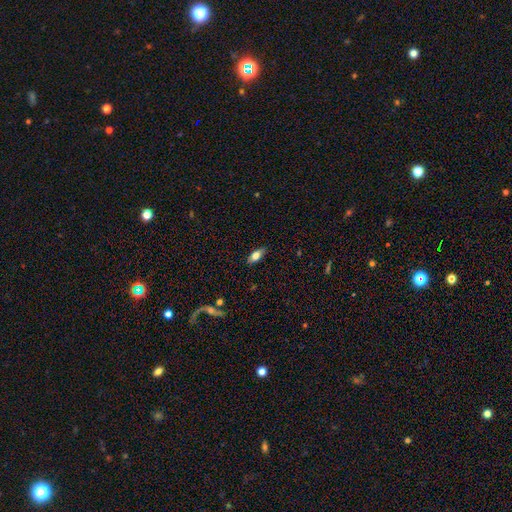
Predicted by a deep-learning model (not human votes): Morphology: type=smooth (70%); roundness=in between (82%); merging=none (86%).